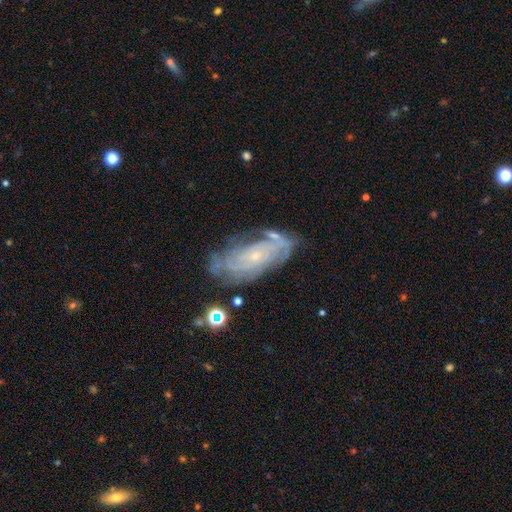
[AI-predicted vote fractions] featured or disk 79%, smooth 13%, star or artifact 8%. Down the decision tree: edge-on disk — no (91%); bar — no (74%); spiral arms — yes (90%); spiral arm count — can't tell (48%); spiral winding — tight (70%); bulge size — small (82%); merging — none (67%).